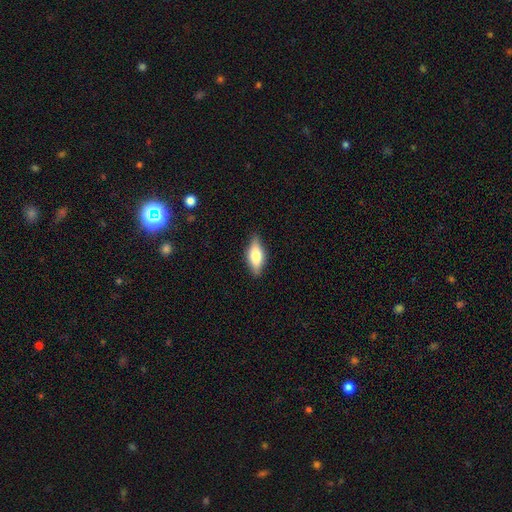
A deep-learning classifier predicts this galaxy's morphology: type=smooth (67%); roundness=in between (77%); merging=none (85%).